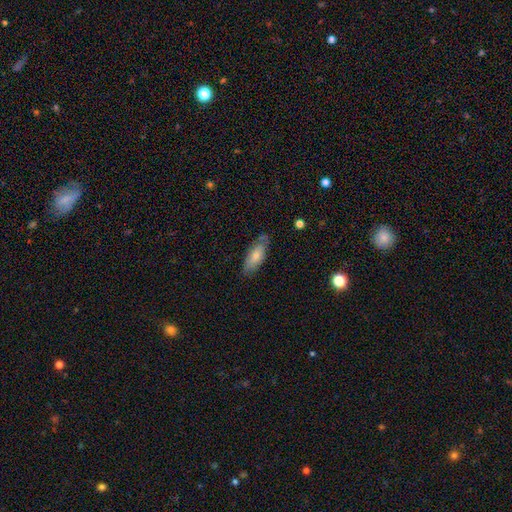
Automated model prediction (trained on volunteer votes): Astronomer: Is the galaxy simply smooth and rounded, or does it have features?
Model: smooth — 61%.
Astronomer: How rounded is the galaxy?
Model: in between — 70%.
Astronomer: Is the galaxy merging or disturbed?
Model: none — 72%.